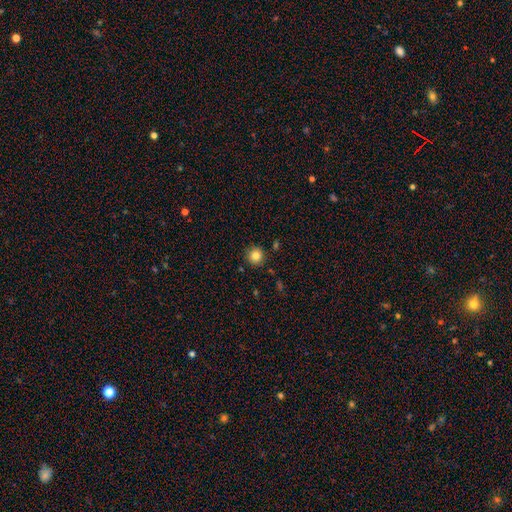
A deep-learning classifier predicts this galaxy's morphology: Overall: smooth (83%). How rounded: round (95%). Merging: none (89%).